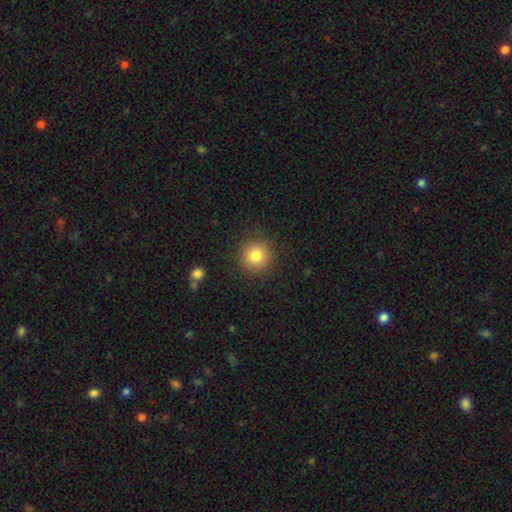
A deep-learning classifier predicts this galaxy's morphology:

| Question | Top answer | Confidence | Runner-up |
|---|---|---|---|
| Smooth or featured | smooth | 82% | star or artifact (11%) |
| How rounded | round | 93% | in between (6%) |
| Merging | none | 89% | minor disturbance (7%) |